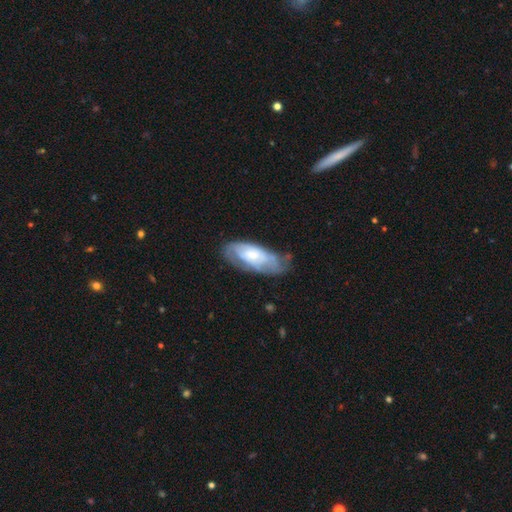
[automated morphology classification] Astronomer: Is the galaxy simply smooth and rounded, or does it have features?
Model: featured or disk — 57% (runner-up: smooth, 35%).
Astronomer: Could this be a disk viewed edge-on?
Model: no — 87%.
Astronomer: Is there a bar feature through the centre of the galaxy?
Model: no — 73%.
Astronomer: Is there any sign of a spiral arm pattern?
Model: yes — 75%.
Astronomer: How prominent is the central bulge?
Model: small — 47% (runner-up: moderate, 38%).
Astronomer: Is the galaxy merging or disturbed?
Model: none — 58%.